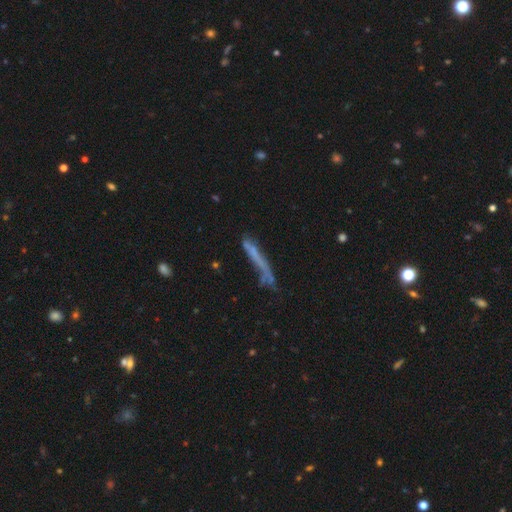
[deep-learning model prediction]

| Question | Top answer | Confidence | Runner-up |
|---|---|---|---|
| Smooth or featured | smooth | 50% | featured or disk (39%) |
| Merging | none | 49% | minor disturbance (25%) |